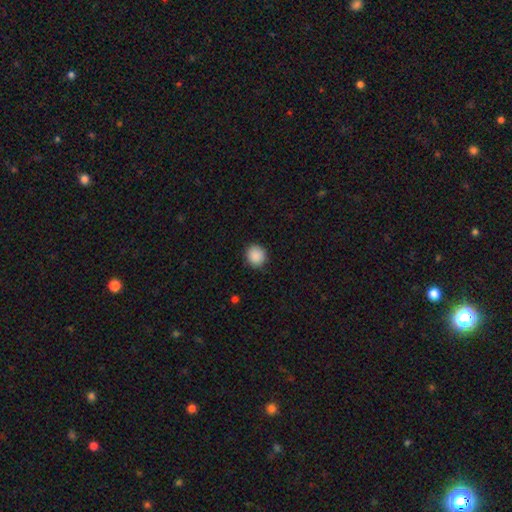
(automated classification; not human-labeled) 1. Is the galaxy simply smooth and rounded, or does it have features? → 89% smooth, 8% star or artifact, 3% featured or disk.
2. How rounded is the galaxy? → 86% round, 13% in between, 1% cigar-shaped.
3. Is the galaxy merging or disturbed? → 90% none, 7% minor disturbance, 2% major disturbance, 1% merger.